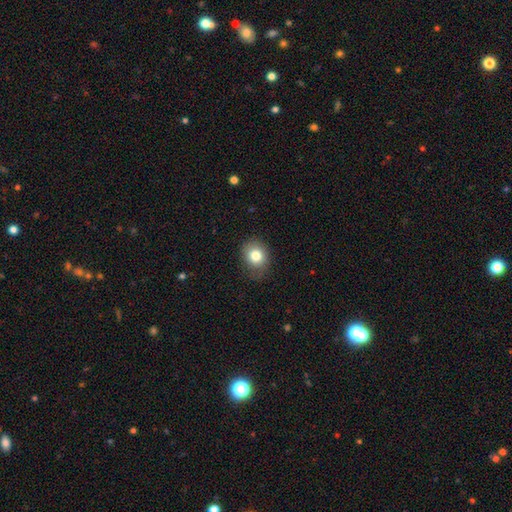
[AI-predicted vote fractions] Smooth or featured?
  - smooth: 80% *
  - featured or disk: 10%
  - star or artifact: 10%
How rounded?
  - round: 60% *
  - in between: 39%
  - cigar-shaped: 1%
Merging?
  - none: 73% *
  - minor disturbance: 20%
  - major disturbance: 5%
  - merger: 1%